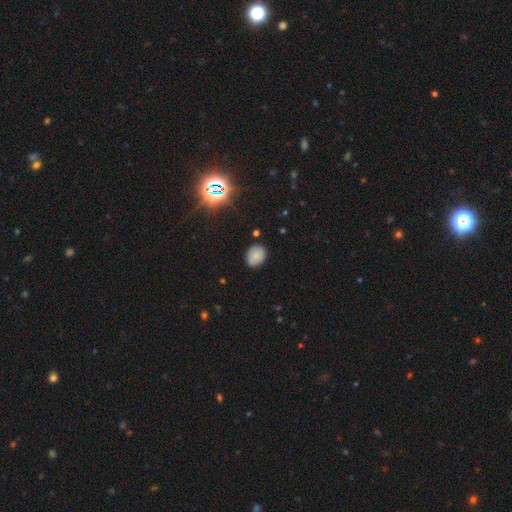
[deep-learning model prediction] A smooth galaxy with no disk features (76%) that is round (56%).

Vote fractions:
- Smooth or featured? smooth: 76% / star or artifact: 14% / featured or disk: 10%
- How rounded? round: 56% / in between: 43% / cigar-shaped: 1%
- Merging? none: 80% / minor disturbance: 15% / major disturbance: 3% / merger: 2%